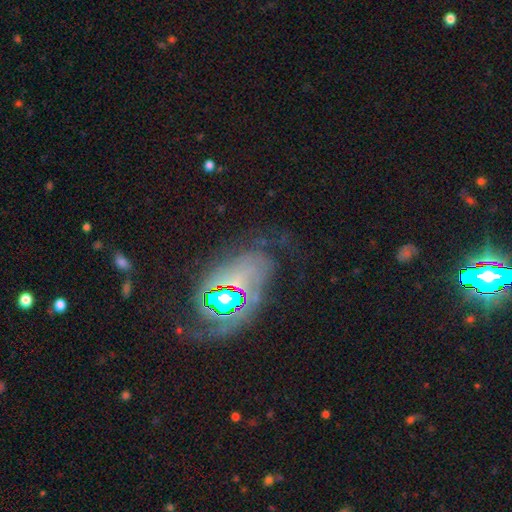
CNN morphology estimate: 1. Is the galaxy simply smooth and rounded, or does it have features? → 52% featured or disk, 31% star or artifact, 17% smooth.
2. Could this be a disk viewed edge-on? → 92% no, 8% yes.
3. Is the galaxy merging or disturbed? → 55% none, 21% major disturbance, 19% minor disturbance, 5% merger.